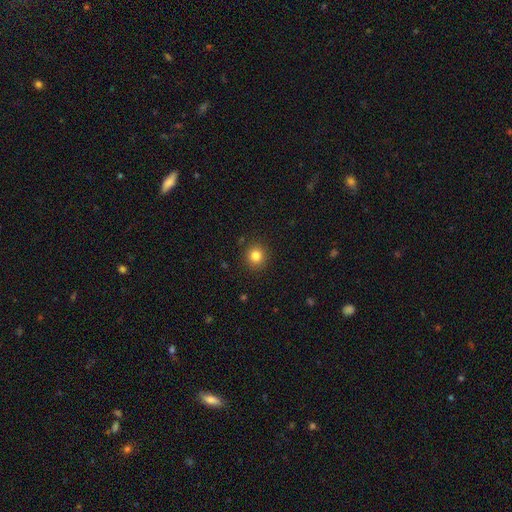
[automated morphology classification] Smooth or featured: smooth — 83% (star or artifact — 12%)
How rounded: round — 90% (in between — 9%)
Merging: none — 90% (minor disturbance — 7%)